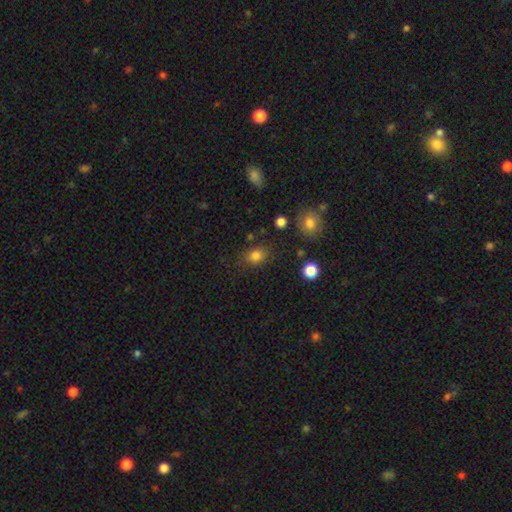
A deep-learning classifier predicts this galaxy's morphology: smooth-or-featured: smooth: 81% | star or artifact: 13% | featured or disk: 6%
  how-rounded: round: 60% | in between: 38% | cigar-shaped: 1%
  merging: none: 78% | minor disturbance: 14% | major disturbance: 5% | merger: 3%